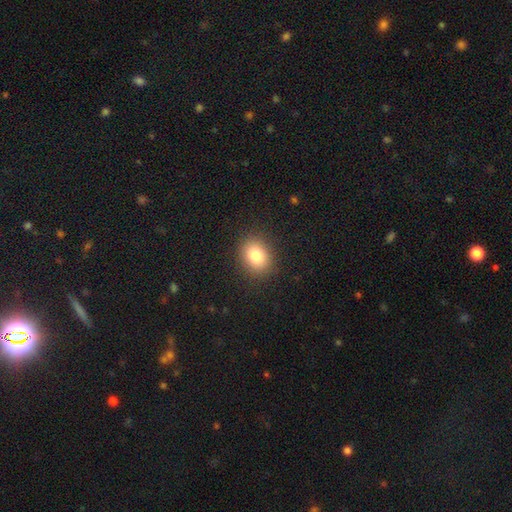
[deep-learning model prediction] This is clearly a smooth galaxy (83%). How rounded: possibly in between (54%). Merging: clearly none (88%).